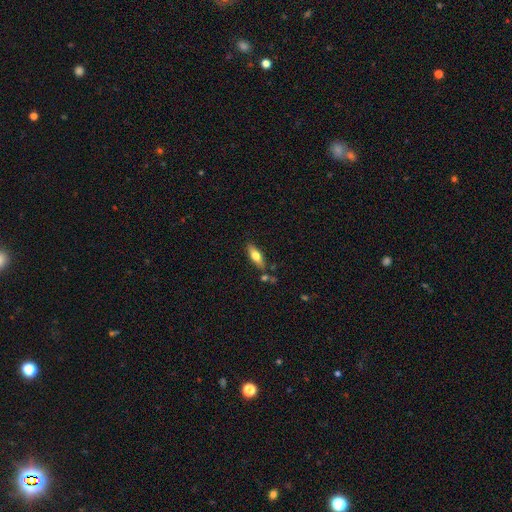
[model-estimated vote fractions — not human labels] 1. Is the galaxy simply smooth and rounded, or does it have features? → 61% smooth, 33% featured or disk, 6% star or artifact.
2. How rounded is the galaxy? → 59% in between, 39% cigar-shaped, 3% round.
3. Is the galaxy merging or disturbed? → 77% none, 13% minor disturbance, 7% merger, 3% major disturbance.